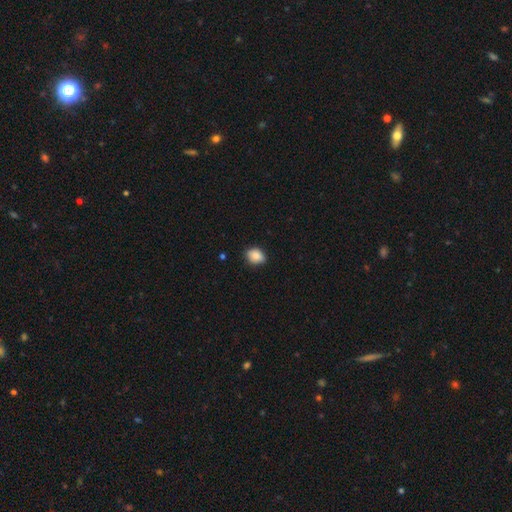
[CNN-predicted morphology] type=smooth (86%); roundness=in between (56%); merging=none (86%).